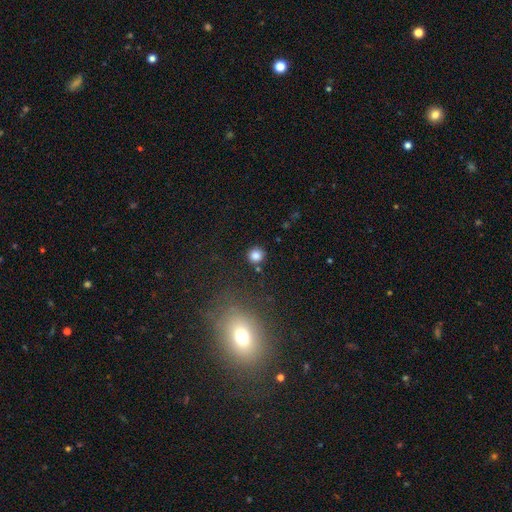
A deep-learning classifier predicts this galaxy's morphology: This is clearly a smooth galaxy (83%). How rounded: clearly round (92%). Merging: clearly none (86%).